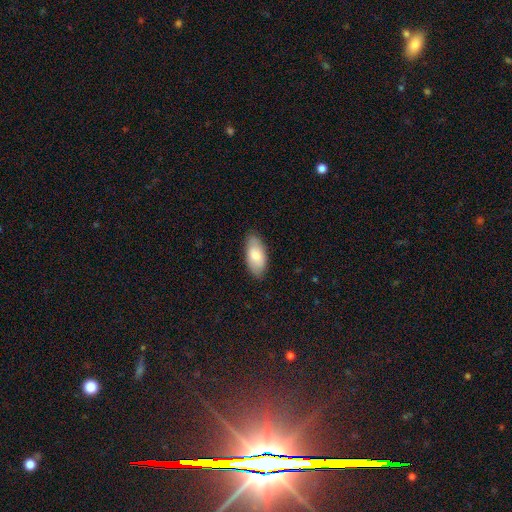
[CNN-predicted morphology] smooth_or_featured: smooth (p=0.76) [alt: featured or disk p=0.18]
how_rounded: in between (p=0.92) [alt: cigar-shaped p=0.06]
merging: none (p=0.84) [alt: minor disturbance p=0.13]